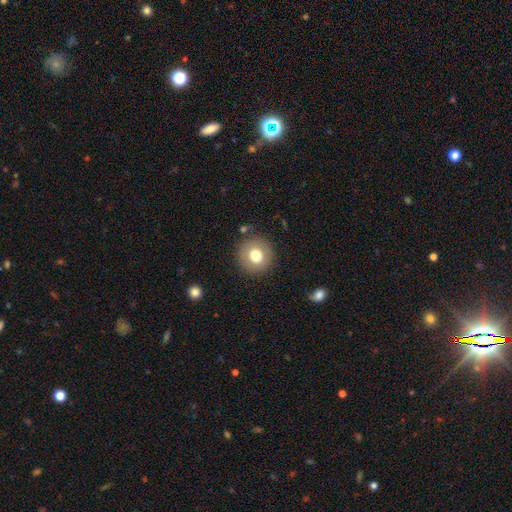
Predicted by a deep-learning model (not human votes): The model was most divided on "smooth or featured": smooth: 74%, featured or disk: 17%, star or artifact: 10%. More confident: how rounded — round (92%); merging — none (87%).